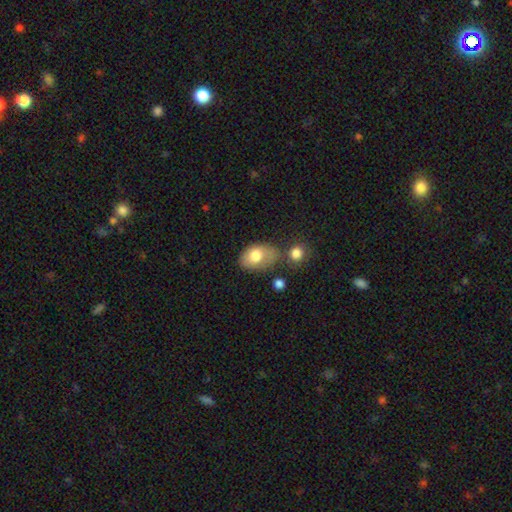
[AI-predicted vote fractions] Smooth or featured? Predicted: smooth (p=0.76). How rounded? Predicted: in between (p=0.83). Merging? Predicted: none (p=0.46).